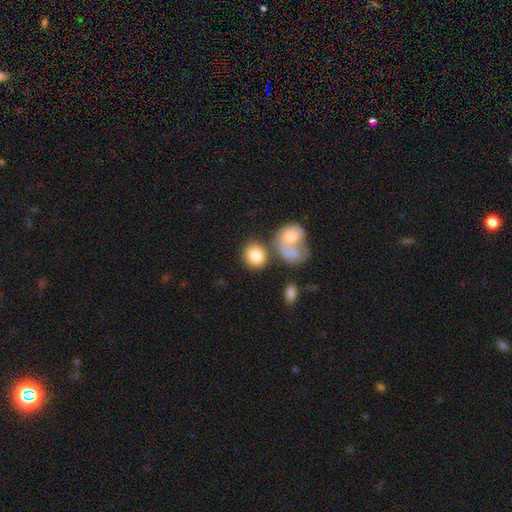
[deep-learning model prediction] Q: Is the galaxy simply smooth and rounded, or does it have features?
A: smooth — 81%.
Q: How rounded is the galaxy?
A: round — 66%.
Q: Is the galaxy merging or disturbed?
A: none — 55%.